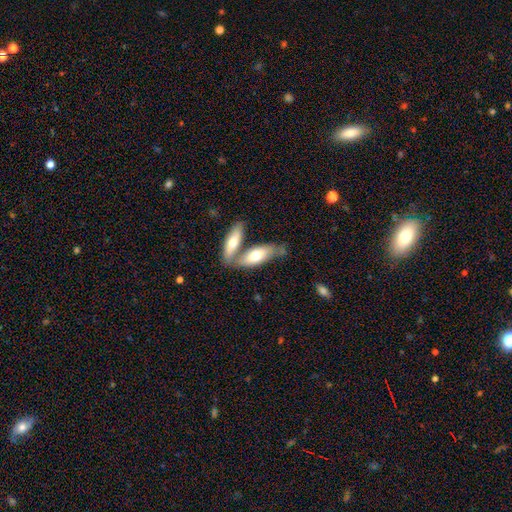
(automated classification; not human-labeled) smooth_or_featured: smooth (p=0.66) [alt: featured or disk p=0.30]
how_rounded: in between (p=0.68) [alt: cigar-shaped p=0.30]
merging: merger (p=0.50) [alt: none p=0.37]